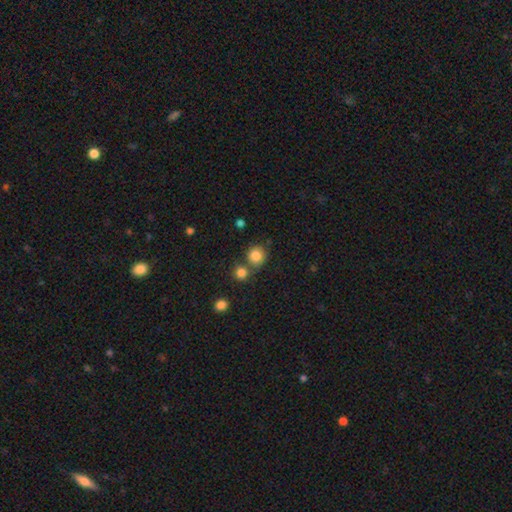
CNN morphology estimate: A smooth galaxy with no disk features (83%) that is round (89%). Merging: none (67%).